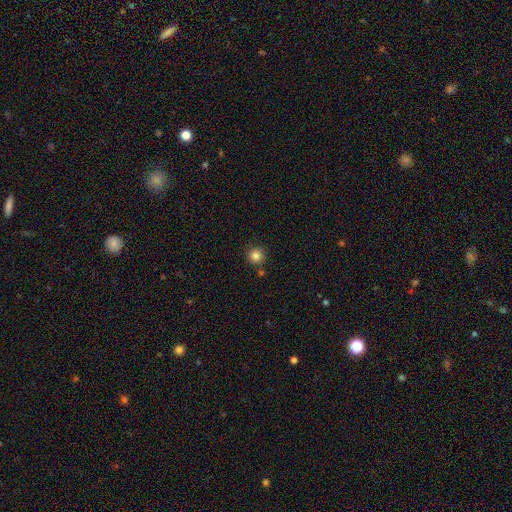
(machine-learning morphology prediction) A smooth galaxy with no disk features (83%) that is round (95%). Merging: none (84%).